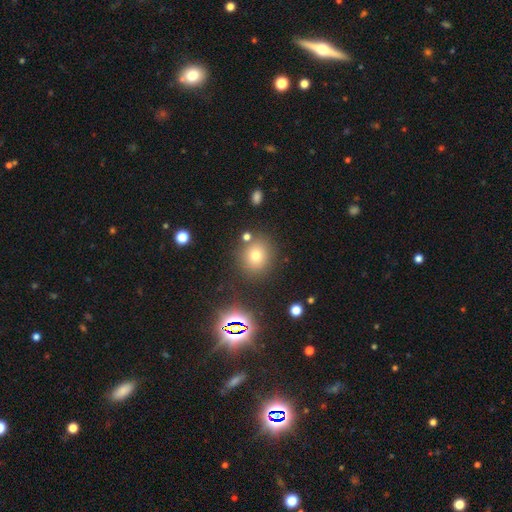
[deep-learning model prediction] Smooth or featured?
  - smooth: 67% *
  - star or artifact: 21%
  - featured or disk: 11%
How rounded?
  - round: 84% *
  - in between: 15%
  - cigar-shaped: 1%
Merging?
  - none: 80% *
  - minor disturbance: 9%
  - merger: 7%
  - major disturbance: 3%